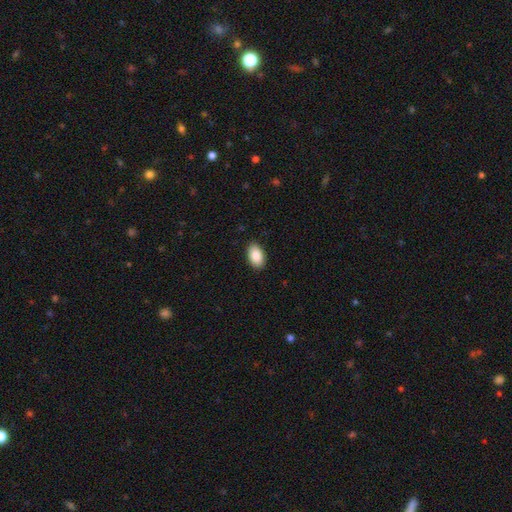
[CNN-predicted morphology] A smooth galaxy with no disk features (88%) that is in between round and cigar-shaped (93%).

Vote fractions:
- Smooth or featured? smooth: 88% / star or artifact: 7% / featured or disk: 5%
- How rounded? in between: 93% / round: 5% / cigar-shaped: 1%
- Merging? none: 89% / minor disturbance: 8% / major disturbance: 2% / merger: 1%